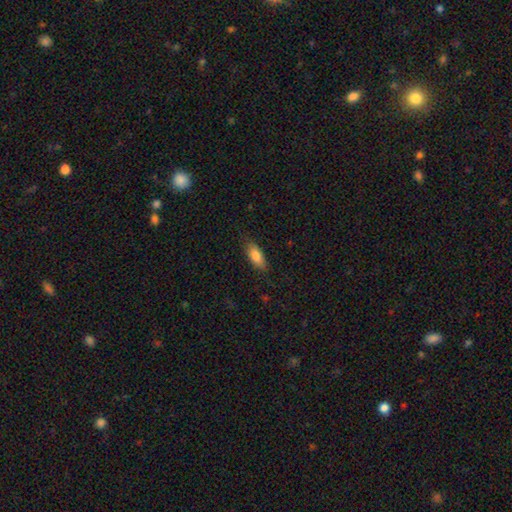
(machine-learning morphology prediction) A smooth galaxy with no disk features (83%) that is in between round and cigar-shaped (81%).

Vote fractions:
- Smooth or featured? smooth: 83% / featured or disk: 11% / star or artifact: 7%
- How rounded? in between: 81% / cigar-shaped: 17% / round: 2%
- Merging? none: 80% / minor disturbance: 16% / major disturbance: 3% / merger: 1%